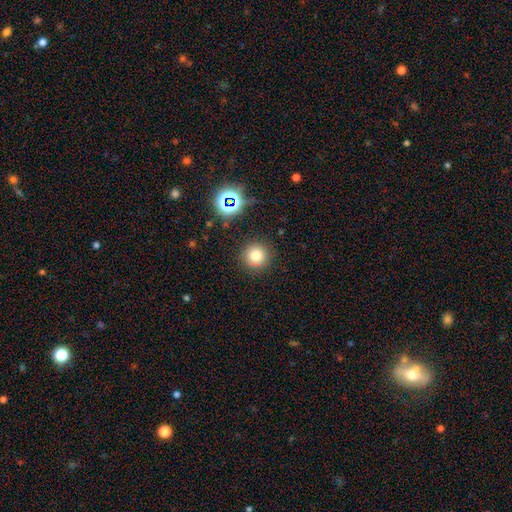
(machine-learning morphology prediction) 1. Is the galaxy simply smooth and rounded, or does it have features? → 73% smooth, 18% star or artifact, 9% featured or disk.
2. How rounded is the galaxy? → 94% round, 5% in between, 1% cigar-shaped.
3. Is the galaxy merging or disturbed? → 86% none, 8% minor disturbance, 3% major disturbance, 2% merger.